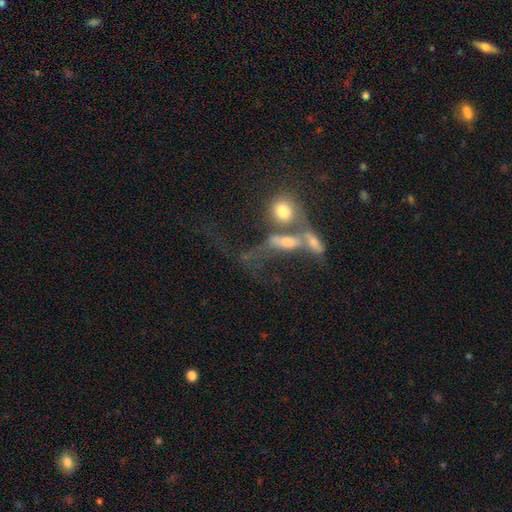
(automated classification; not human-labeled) Smooth or featured? featured or disk (46%)
Merging? merger (59%)